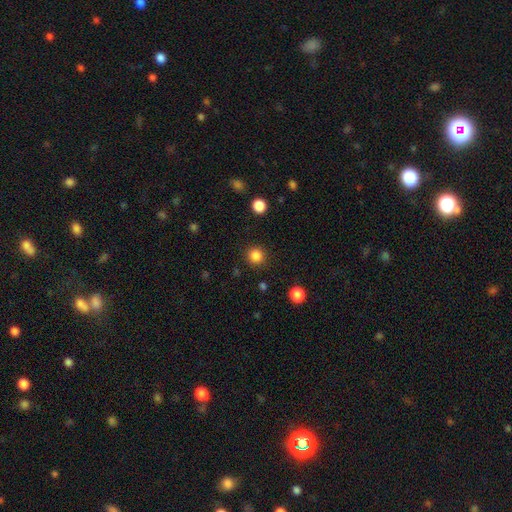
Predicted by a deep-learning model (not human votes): Smooth or featured? smooth (85%)
How rounded? round (93%)
Merging? none (90%)